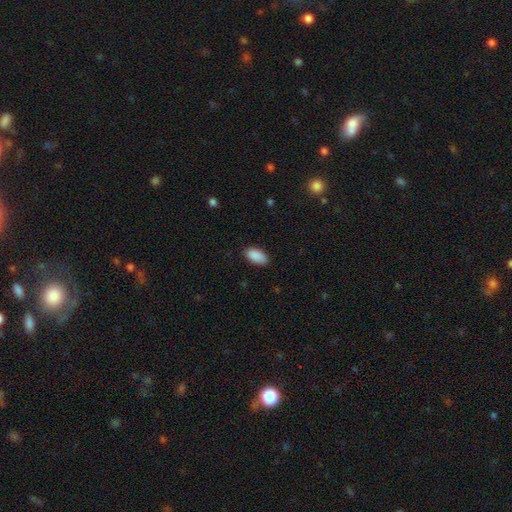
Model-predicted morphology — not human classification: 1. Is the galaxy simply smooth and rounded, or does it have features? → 90% smooth, 7% star or artifact, 3% featured or disk.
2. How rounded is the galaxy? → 94% in between, 3% round, 3% cigar-shaped.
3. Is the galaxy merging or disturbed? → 85% none, 12% minor disturbance, 2% major disturbance, 1% merger.